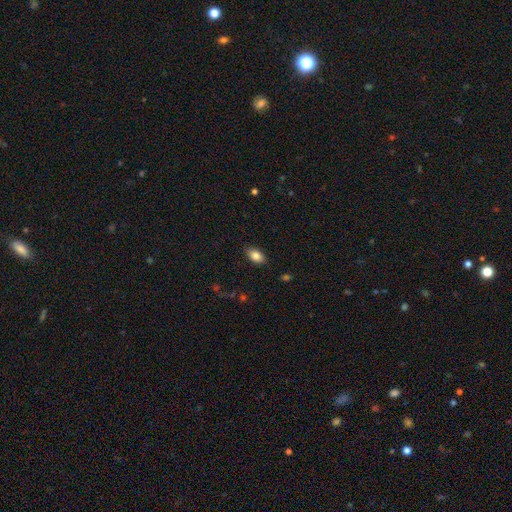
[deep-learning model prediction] Smooth or featured?
  - smooth: 84% *
  - star or artifact: 8%
  - featured or disk: 8%
How rounded?
  - in between: 91% *
  - round: 7%
  - cigar-shaped: 2%
Merging?
  - none: 86% *
  - minor disturbance: 10%
  - major disturbance: 2%
  - merger: 1%